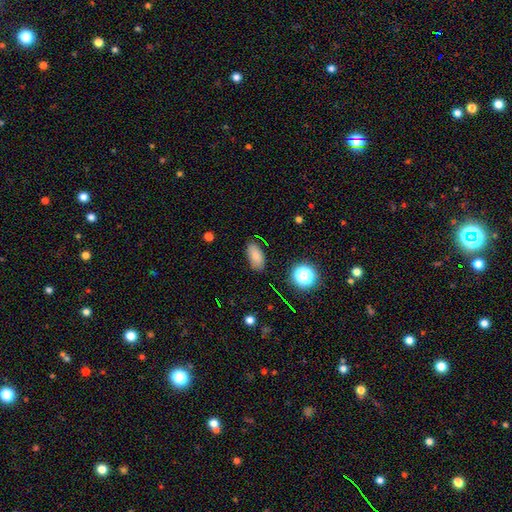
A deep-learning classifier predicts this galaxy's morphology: This is likely a smooth galaxy (79%). How rounded: clearly in between (90%). Merging: clearly none (83%).